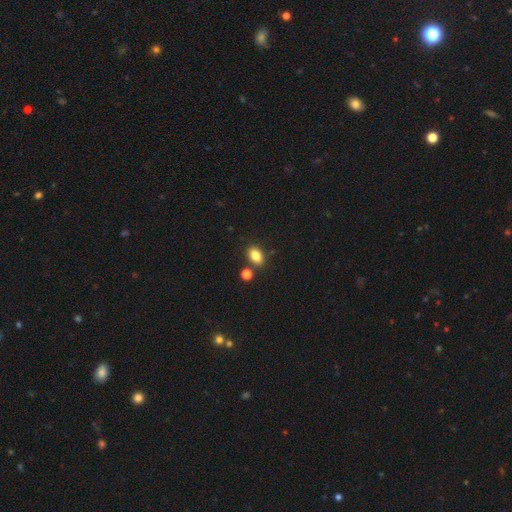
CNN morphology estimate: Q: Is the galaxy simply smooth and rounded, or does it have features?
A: smooth — 83%.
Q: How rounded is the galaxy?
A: in between — 82%.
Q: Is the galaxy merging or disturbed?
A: none — 77%.